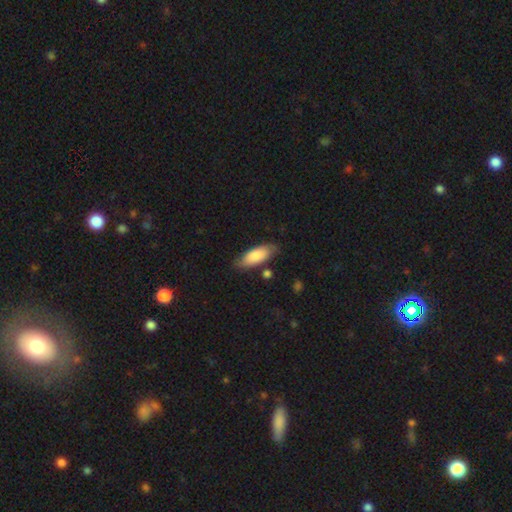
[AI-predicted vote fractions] Smooth or featured: smooth — 82% (featured or disk — 12%)
How rounded: in between — 75% (cigar-shaped — 24%)
Merging: none — 76% (minor disturbance — 16%)